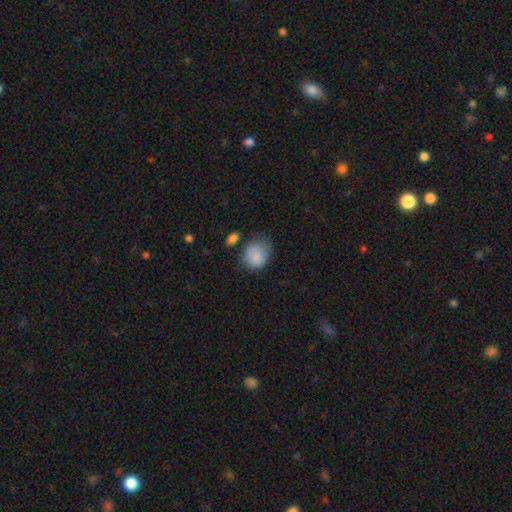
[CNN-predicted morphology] Q: Smooth or featured?
A: smooth (86%); runner-up: star or artifact (8%)
Q: How rounded?
A: round (60%); runner-up: in between (40%)
Q: Merging?
A: none (51%); runner-up: minor disturbance (33%)